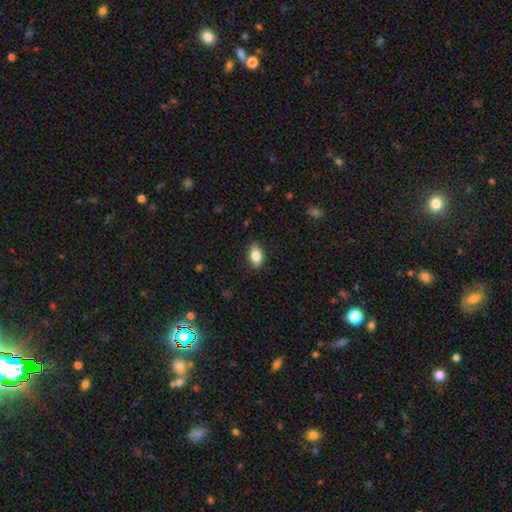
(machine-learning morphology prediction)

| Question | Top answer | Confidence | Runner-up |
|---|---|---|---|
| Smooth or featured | smooth | 82% | featured or disk (10%) |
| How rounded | in between | 87% | round (11%) |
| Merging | none | 87% | minor disturbance (10%) |